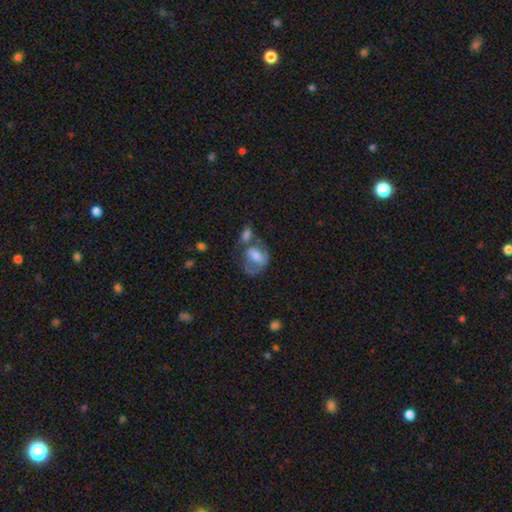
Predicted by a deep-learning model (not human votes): Overall: smooth (49%; featured or disk 42%). Merging: merger (36%; none 30%).